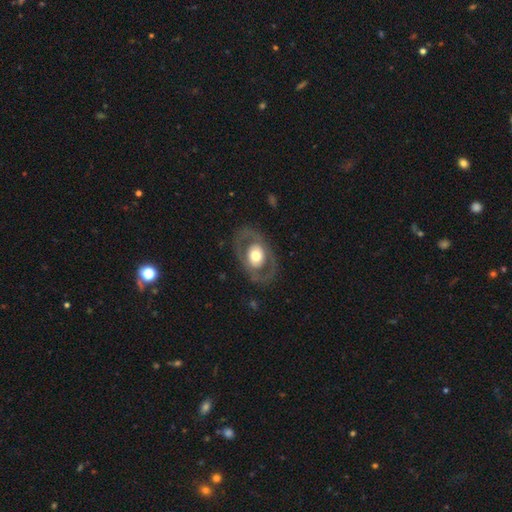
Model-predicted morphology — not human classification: smooth-or-featured: featured or disk: 58% | smooth: 37% | star or artifact: 5%
  disk-edge-on: no: 93% | yes: 7%
    bar: no: 82% | weak: 13% | strong: 5%
    has-spiral-arms: no: 76% | yes: 24%
    bulge-size: moderate: 50% | large: 41% | dominant: 4% | small: 4% | none: 1%
  merging: none: 78% | minor disturbance: 12% | major disturbance: 9% | merger: 1%